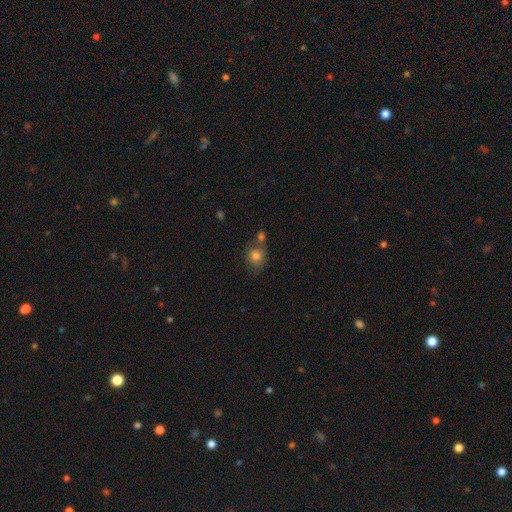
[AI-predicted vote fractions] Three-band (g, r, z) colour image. It shows a smooth galaxy with no disk features (81%) that is round (76%). Merging: none (52%).